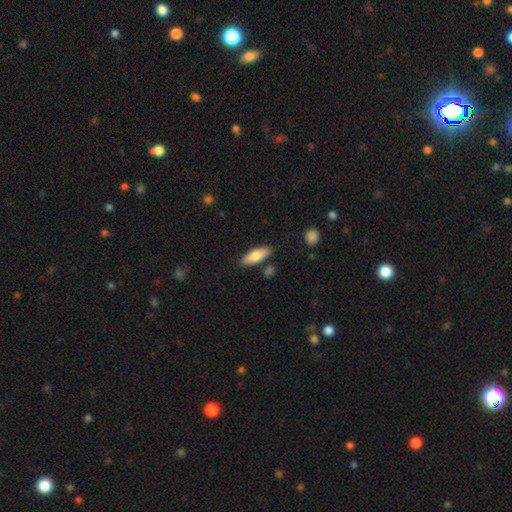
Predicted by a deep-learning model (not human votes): Smooth or featured: smooth — 77% (featured or disk — 17%)
How rounded: in between — 57% (cigar-shaped — 41%)
Merging: none — 82% (minor disturbance — 11%)